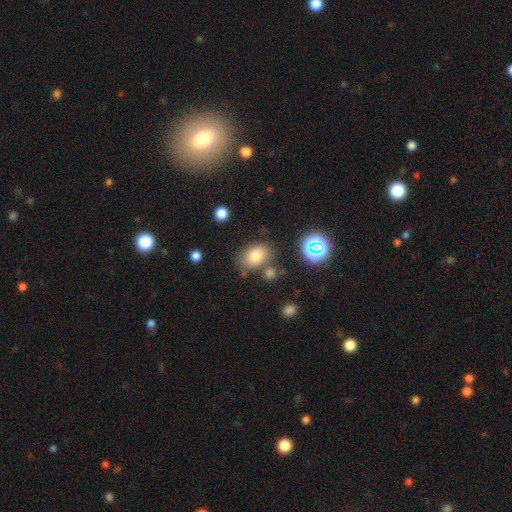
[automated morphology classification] The model was most divided on "how rounded": in between: 75%, round: 24%, cigar-shaped: 1%. More confident: smooth or featured — smooth (78%); merging — none (68%).